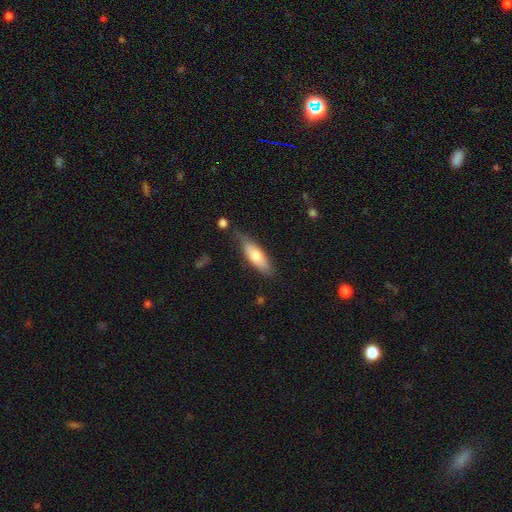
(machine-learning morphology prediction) A smooth galaxy with no disk features (68%) that is in between round and cigar-shaped (57%).

Vote fractions:
- Smooth or featured? smooth: 68% / featured or disk: 26% / star or artifact: 6%
- How rounded? in between: 57% / cigar-shaped: 41% / round: 2%
- Merging? none: 70% / minor disturbance: 23% / major disturbance: 5% / merger: 3%